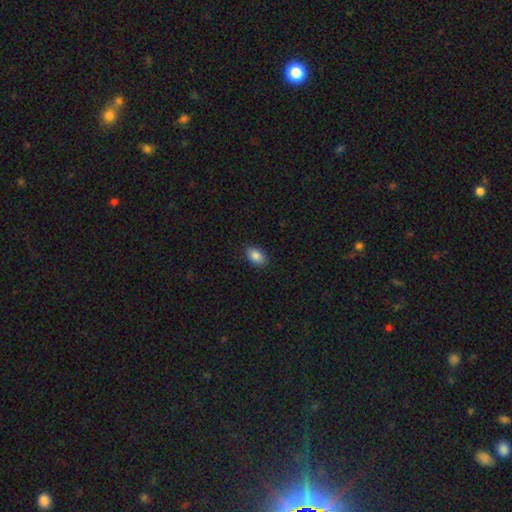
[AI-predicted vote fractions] Smooth or featured? smooth (87%)
How rounded? in between (87%)
Merging? none (88%)